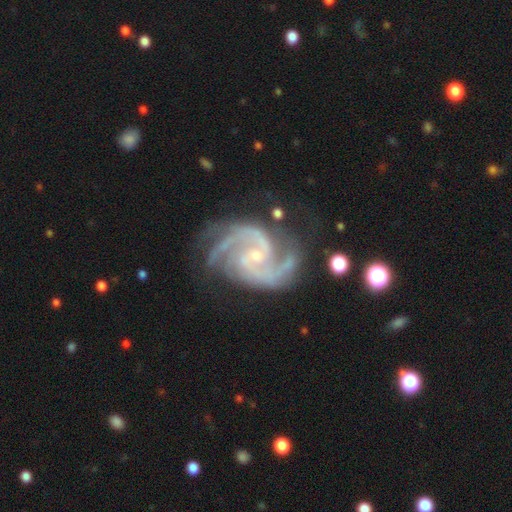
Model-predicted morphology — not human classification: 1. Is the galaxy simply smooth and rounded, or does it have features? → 94% featured or disk, 4% star or artifact, 2% smooth.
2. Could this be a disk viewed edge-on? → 98% no, 2% yes.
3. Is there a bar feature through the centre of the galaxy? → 51% no, 38% weak, 12% strong.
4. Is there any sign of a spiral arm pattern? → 99% yes, 1% no.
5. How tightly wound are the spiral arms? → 59% medium, 30% tight, 11% loose.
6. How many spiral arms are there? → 61% 2, 21% 3, 5% can't tell, 5% 4, 4% 1, 4% more than 4.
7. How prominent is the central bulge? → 78% small, 17% moderate, 3% none, 1% large, 1% dominant.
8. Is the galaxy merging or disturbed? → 69% none, 19% minor disturbance, 9% major disturbance, 2% merger.